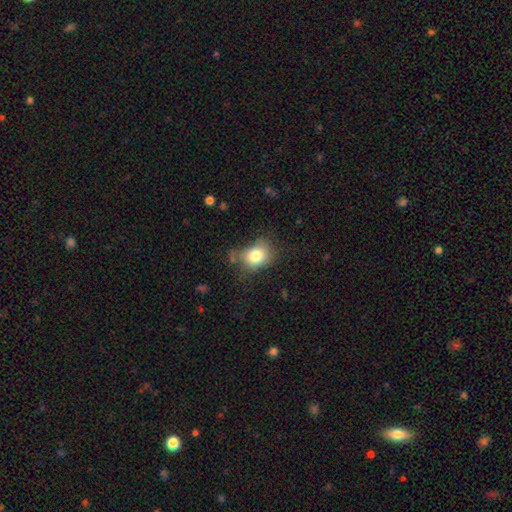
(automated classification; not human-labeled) smooth 79%, star or artifact 11%, featured or disk 10%. Down the decision tree: how rounded — in between (51%); merging — none (54%).